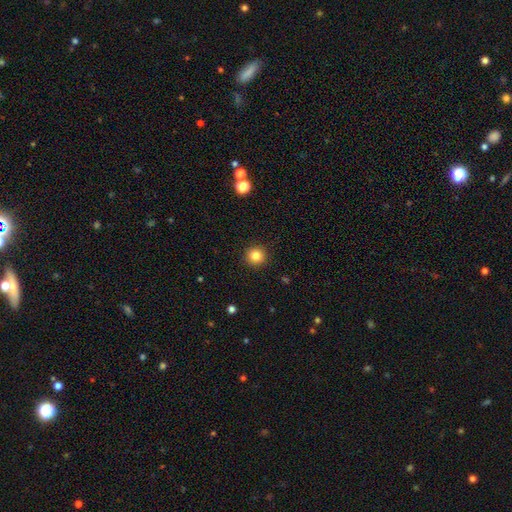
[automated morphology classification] A smooth galaxy with no disk features (84%) that is round (94%).

Vote fractions:
- Smooth or featured? smooth: 84% / star or artifact: 11% / featured or disk: 5%
- How rounded? round: 94% / in between: 5% / cigar-shaped: 1%
- Merging? none: 92% / minor disturbance: 5% / major disturbance: 2% / merger: 1%